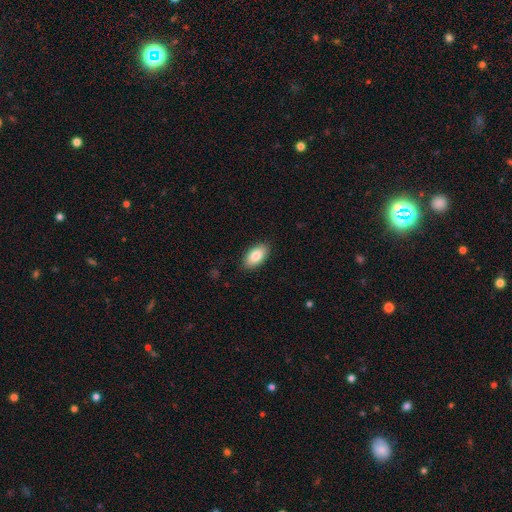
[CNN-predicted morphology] Overall: smooth (85%). How rounded: in between (93%). Merging: none (88%).